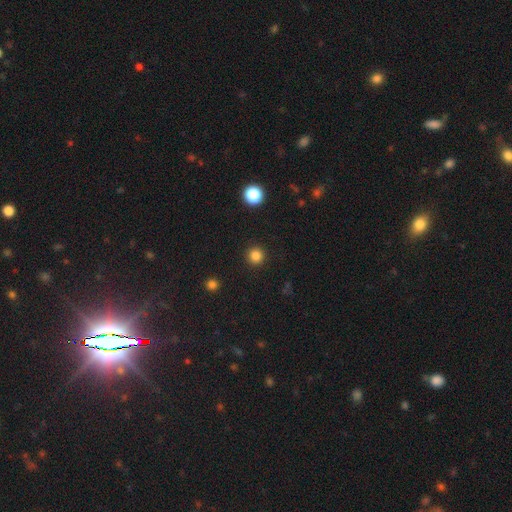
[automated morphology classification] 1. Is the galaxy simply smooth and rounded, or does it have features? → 84% smooth, 13% star or artifact, 4% featured or disk.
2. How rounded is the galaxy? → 95% round, 4% in between, 1% cigar-shaped.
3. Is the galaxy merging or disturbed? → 92% none, 5% minor disturbance, 2% major disturbance, 1% merger.